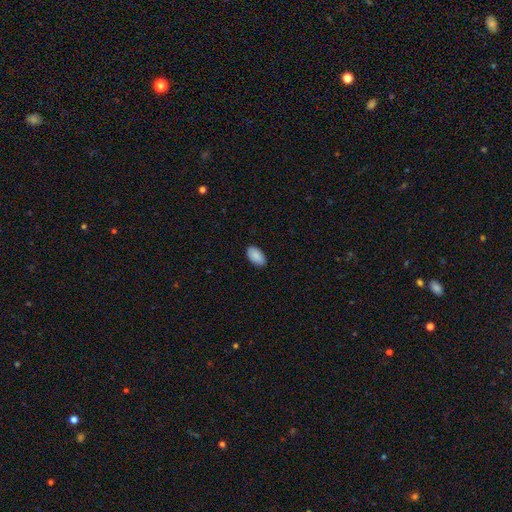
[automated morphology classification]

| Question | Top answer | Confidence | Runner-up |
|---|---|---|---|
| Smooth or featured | smooth | 89% | star or artifact (6%) |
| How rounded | in between | 95% | round (3%) |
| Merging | none | 87% | minor disturbance (10%) |